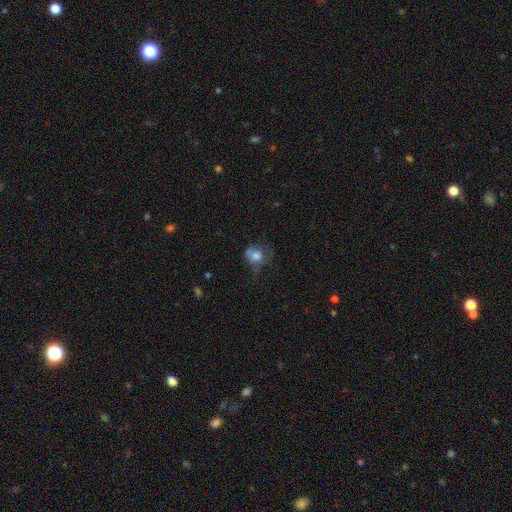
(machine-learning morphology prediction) Overall: smooth (69%). How rounded: round (72%). Merging: none (44%; minor disturbance 28%).